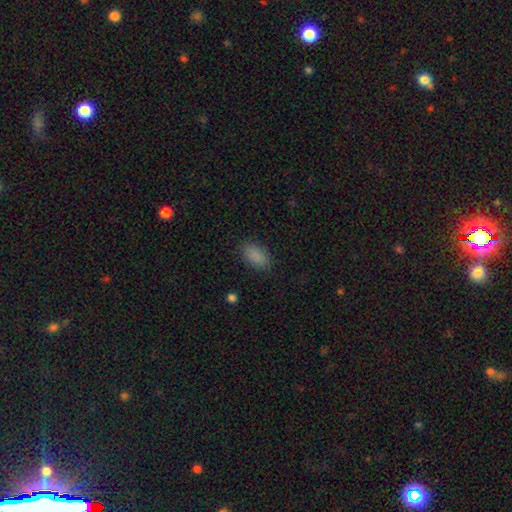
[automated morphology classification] Smooth or featured?
  - smooth: 88% *
  - star or artifact: 8%
  - featured or disk: 3%
How rounded?
  - in between: 93% *
  - round: 5%
  - cigar-shaped: 3%
Merging?
  - none: 86% *
  - minor disturbance: 10%
  - major disturbance: 3%
  - merger: 1%